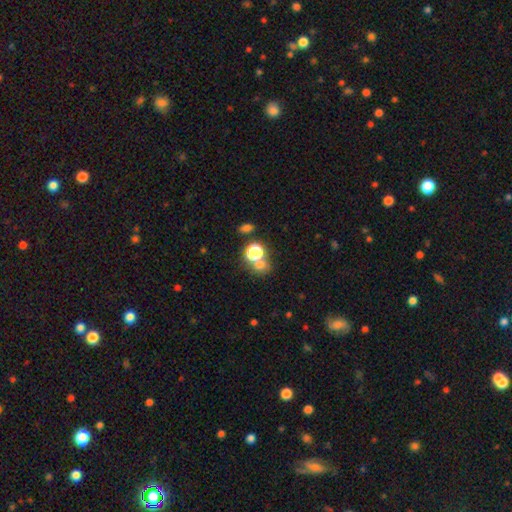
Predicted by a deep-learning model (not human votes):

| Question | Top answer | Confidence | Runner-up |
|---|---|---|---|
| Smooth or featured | smooth | 59% | star or artifact (32%) |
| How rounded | round | 77% | in between (22%) |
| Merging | none | 57% | merger (29%) |